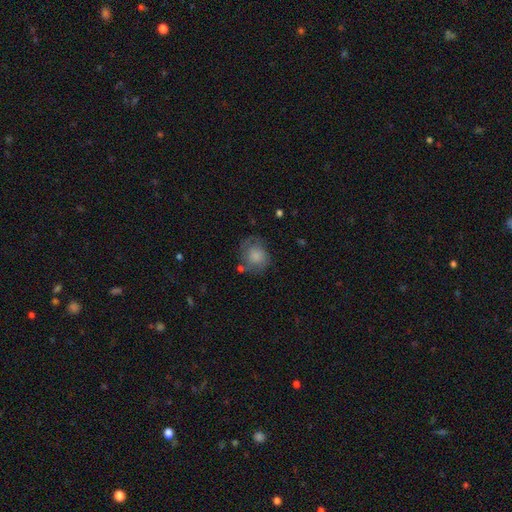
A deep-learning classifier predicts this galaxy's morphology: The model was most divided on "merging": none: 52%, minor disturbance: 27%, major disturbance: 16%, merger: 5%. More confident: smooth or featured — smooth (74%); how rounded — round (70%).